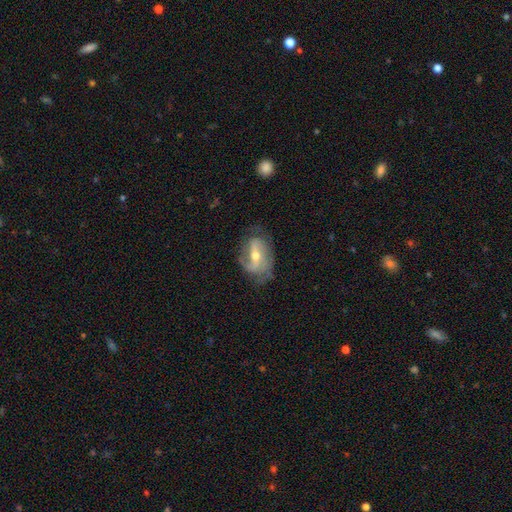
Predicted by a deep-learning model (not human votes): Smooth or featured?
  - featured or disk: 80% *
  - smooth: 14%
  - star or artifact: 6%
Edge-on disk?
  - no: 95% *
  - yes: 5%
Bar?
  - weak: 40% *
  - strong: 36%
  - no: 24%
Spiral arms?
  - yes: 90% *
  - no: 10%
Spiral winding?
  - medium: 41% *
  - loose: 35%
  - tight: 24%
Spiral arm count?
  - 2: 65% *
  - can't tell: 14%
  - 1: 9%
  - 3: 8%
  - 4: 2%
  - more than 4: 2%
Bulge size?
  - moderate: 55% *
  - small: 41%
  - large: 2%
  - none: 1%
  - dominant: 1%
Merging?
  - none: 62% *
  - minor disturbance: 23%
  - major disturbance: 13%
  - merger: 1%